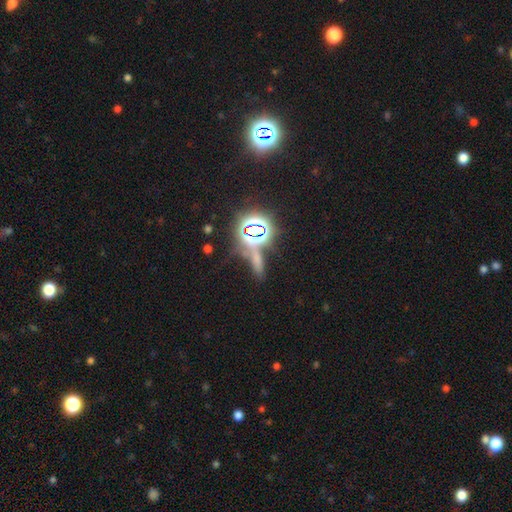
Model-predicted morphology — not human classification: This appears to be a star or artifact, not a galaxy (63%).